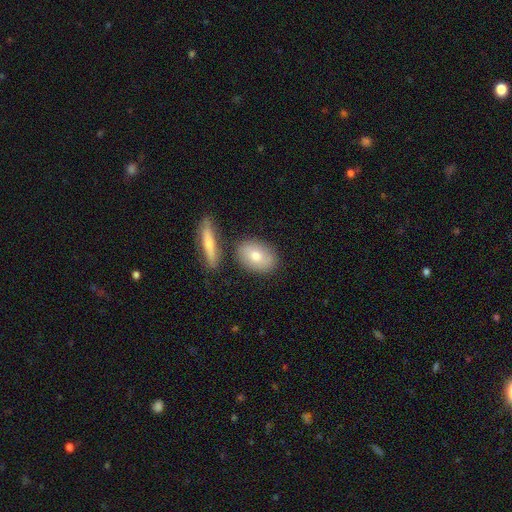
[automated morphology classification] type=smooth (73%); roundness=in between (81%); merging=none (75%).